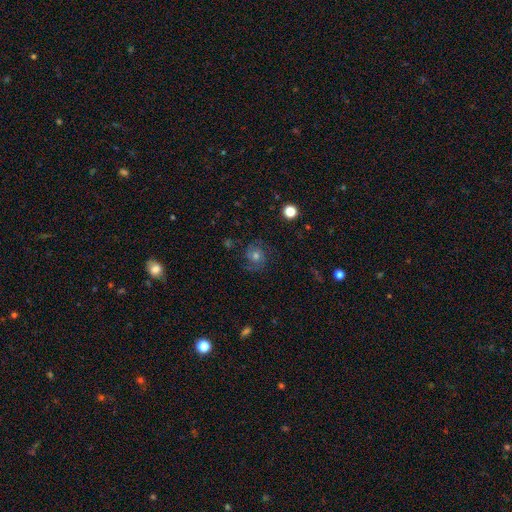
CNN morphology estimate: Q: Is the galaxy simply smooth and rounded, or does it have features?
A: featured or disk — 68%.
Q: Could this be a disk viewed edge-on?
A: no — 97%.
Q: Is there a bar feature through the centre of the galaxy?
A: no — 72%.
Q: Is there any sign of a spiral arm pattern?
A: yes — 93%.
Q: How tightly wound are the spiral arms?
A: medium — 44%.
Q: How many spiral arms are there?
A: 2 — 69%.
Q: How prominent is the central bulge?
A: moderate — 63%.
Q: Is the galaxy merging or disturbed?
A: none — 78%.